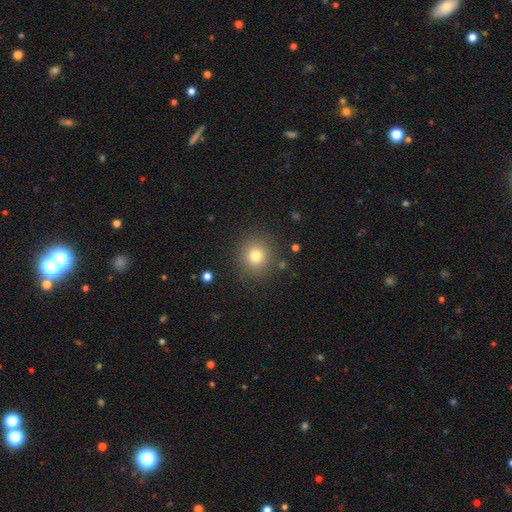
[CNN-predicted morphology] smooth 77%, star or artifact 14%, featured or disk 9%. Down the decision tree: how rounded — round (90%); merging — none (87%).